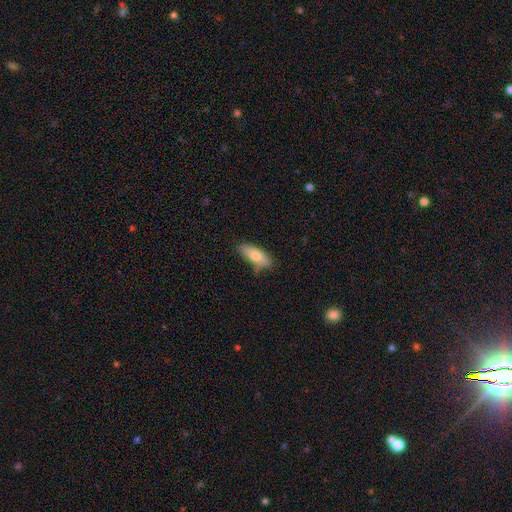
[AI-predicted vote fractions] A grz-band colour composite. It shows a smooth galaxy with no disk features (76%) that is in between round and cigar-shaped (72%). Merging: none (70%).